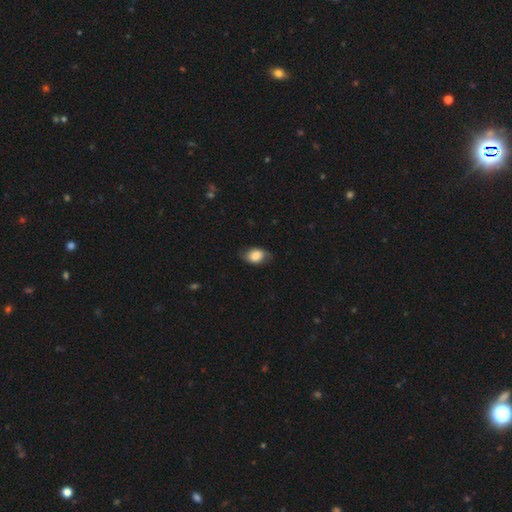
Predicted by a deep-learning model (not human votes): The model was most divided on "merging": none: 72%, minor disturbance: 21%, major disturbance: 6%, merger: 1%. More confident: how rounded — in between (82%); smooth or featured — smooth (73%).